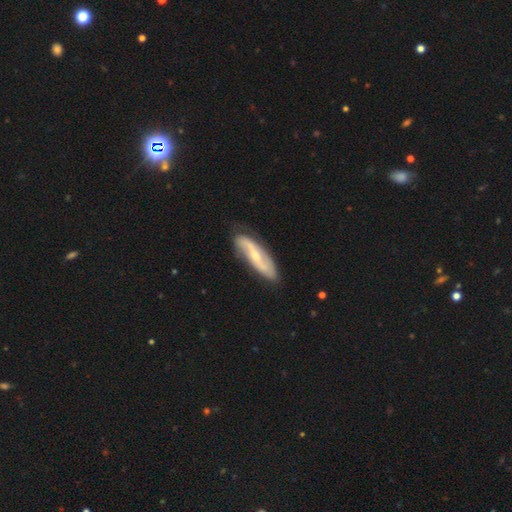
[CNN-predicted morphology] The model was most divided on "bar": no: 40%, weak: 36%, strong: 24%. More confident: spiral arms — yes (91%); spiral arm count — 2 (87%); edge-on disk — no (83%); merging — none (79%); smooth or featured — featured or disk (74%); bulge size — small (63%); spiral winding — loose (55%).